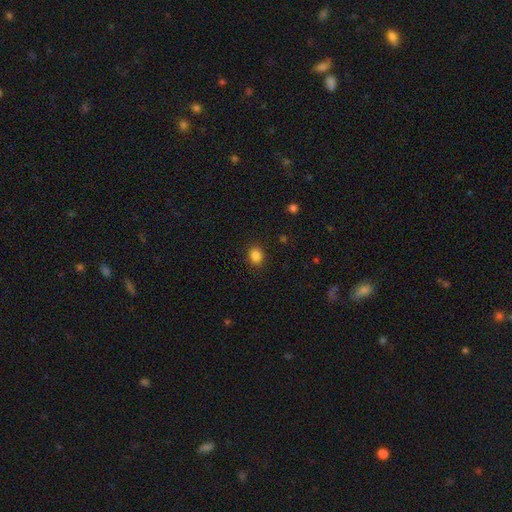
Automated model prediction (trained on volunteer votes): Morphology: type=smooth (85%); roundness=round (59%); merging=none (88%).